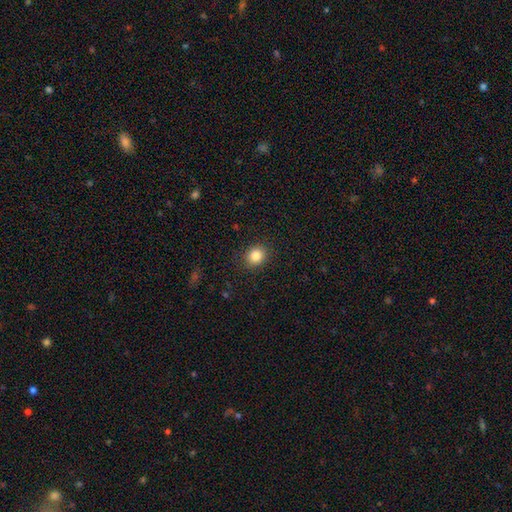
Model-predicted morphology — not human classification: A smooth galaxy with no disk features (85%) that is round (67%). Merging: none (88%).